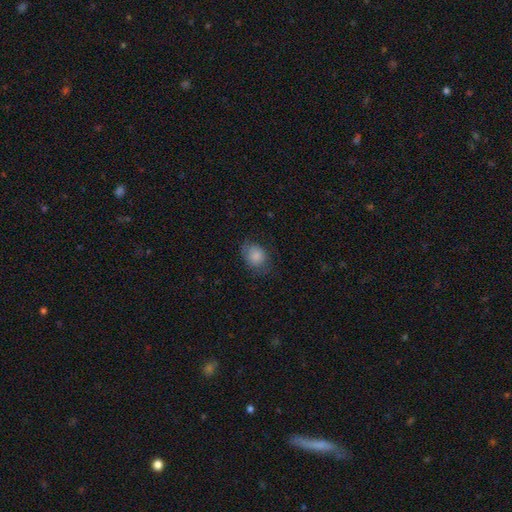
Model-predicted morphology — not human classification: smooth_or_featured: smooth (p=0.83) [alt: featured or disk p=0.09]
how_rounded: round (p=0.53) [alt: in between p=0.46]
merging: none (p=0.66) [alt: minor disturbance p=0.24]